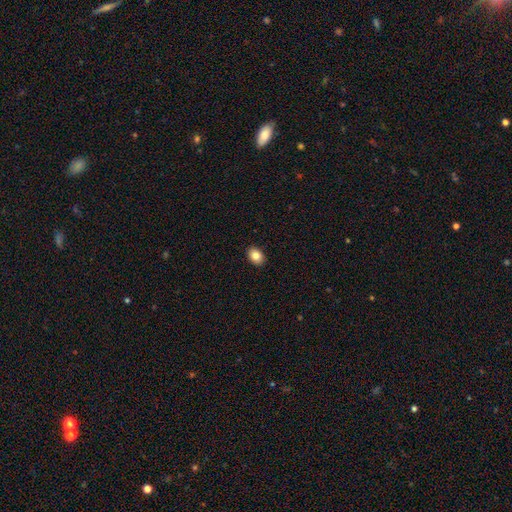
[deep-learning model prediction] The model was most divided on "how rounded": in between: 76%, round: 23%, cigar-shaped: 1%. More confident: merging — none (91%); smooth or featured — smooth (84%).